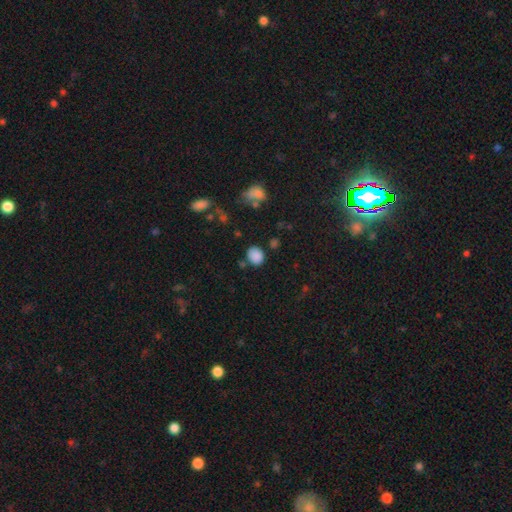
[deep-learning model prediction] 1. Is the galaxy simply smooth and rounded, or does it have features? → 85% smooth, 11% star or artifact, 4% featured or disk.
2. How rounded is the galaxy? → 55% round, 44% in between, 1% cigar-shaped.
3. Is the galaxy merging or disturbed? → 77% none, 14% minor disturbance, 5% merger, 4% major disturbance.